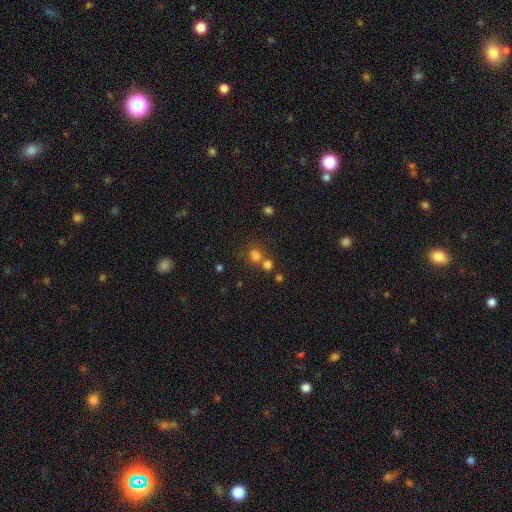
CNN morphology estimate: Smooth or featured? Predicted: smooth (p=0.72). How rounded? Predicted: round (p=0.63). Merging? Predicted: none (p=0.47).